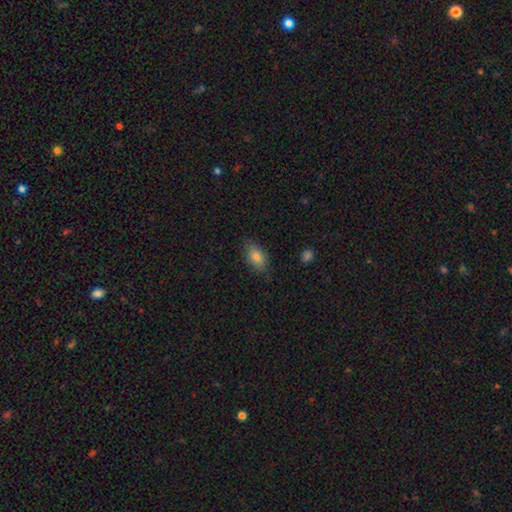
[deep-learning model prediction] This is clearly a smooth galaxy (82%). How rounded: clearly in between (89%). Merging: clearly none (82%).